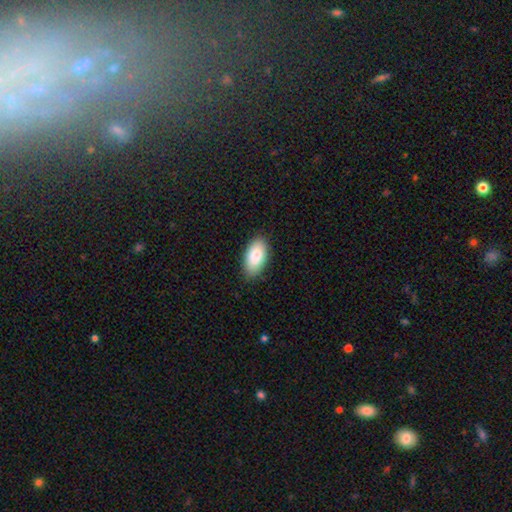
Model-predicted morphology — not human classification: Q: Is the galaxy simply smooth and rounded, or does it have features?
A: smooth — 85%.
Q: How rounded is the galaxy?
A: in between — 94%.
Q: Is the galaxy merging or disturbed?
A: none — 85%.